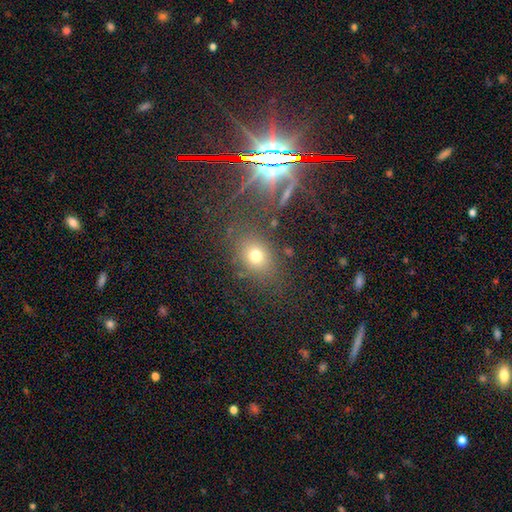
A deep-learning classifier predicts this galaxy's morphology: Smooth or featured? smooth (69%)
How rounded? in between (54%)
Merging? none (73%)